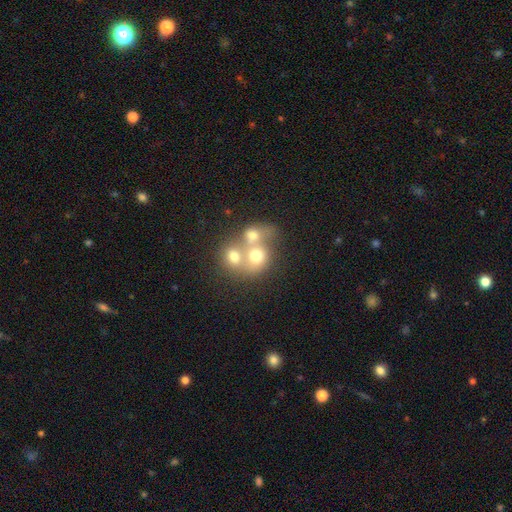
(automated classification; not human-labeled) Morphology: type=smooth (63%); roundness=round (69%); merging=merger (63%).